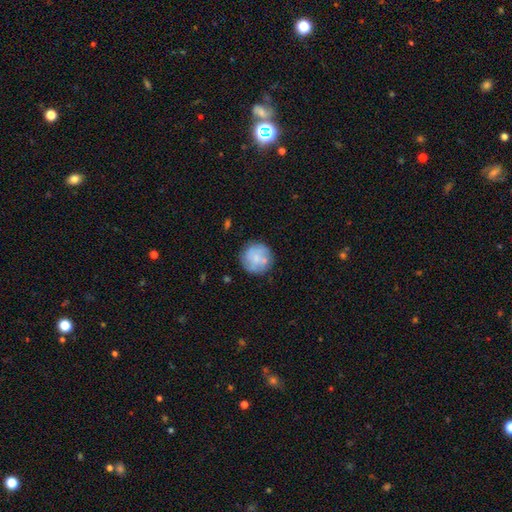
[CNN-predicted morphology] Smooth or featured?
  - smooth: 60% *
  - featured or disk: 33%
  - star or artifact: 7%
How rounded?
  - round: 94% *
  - in between: 5%
  - cigar-shaped: 1%
Merging?
  - none: 76% *
  - minor disturbance: 15%
  - merger: 5%
  - major disturbance: 5%